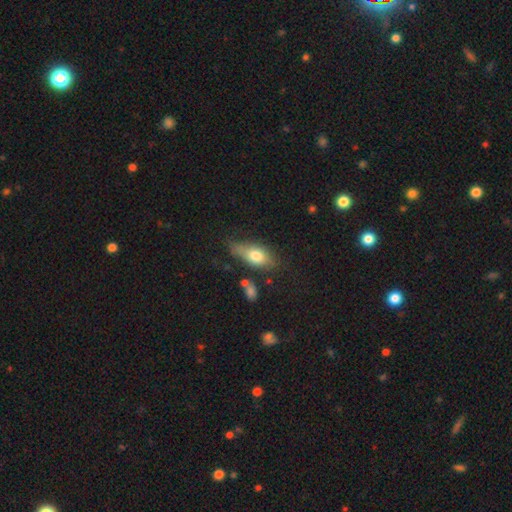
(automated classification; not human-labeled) Smooth or featured?
  - smooth: 71% *
  - featured or disk: 22%
  - star or artifact: 8%
How rounded?
  - in between: 80% *
  - cigar-shaped: 14%
  - round: 7%
Merging?
  - none: 53% *
  - minor disturbance: 30%
  - major disturbance: 10%
  - merger: 6%